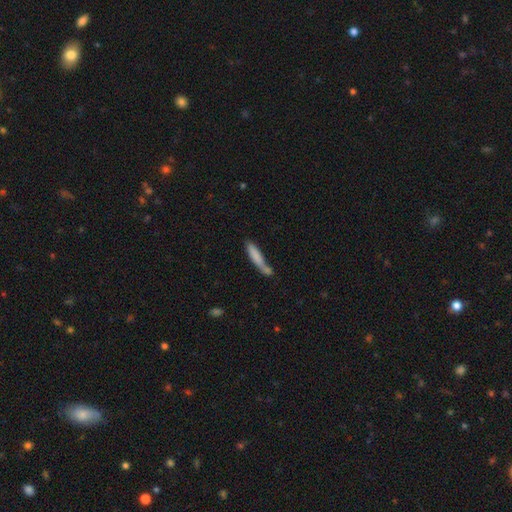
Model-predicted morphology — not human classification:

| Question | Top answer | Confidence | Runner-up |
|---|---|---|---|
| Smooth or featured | smooth | 77% | featured or disk (16%) |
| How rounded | cigar-shaped | 82% | in between (16%) |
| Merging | none | 45% | merger (27%) |